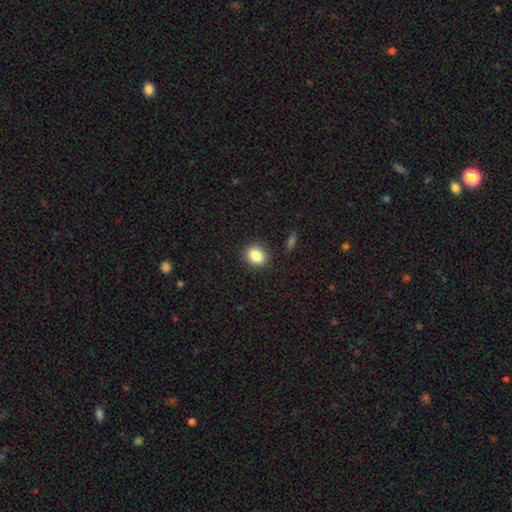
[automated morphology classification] This appears to be a smooth galaxy with no disk features (85%) that is round (61%). Merging: none (89%).